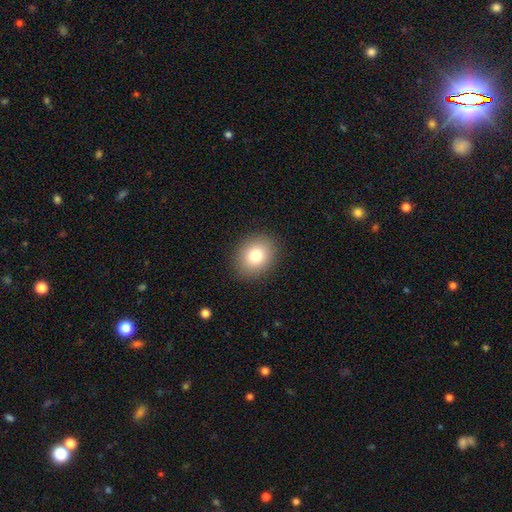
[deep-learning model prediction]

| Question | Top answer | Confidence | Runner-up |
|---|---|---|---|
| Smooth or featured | smooth | 80% | star or artifact (11%) |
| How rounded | round | 57% | in between (42%) |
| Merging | none | 90% | minor disturbance (7%) |